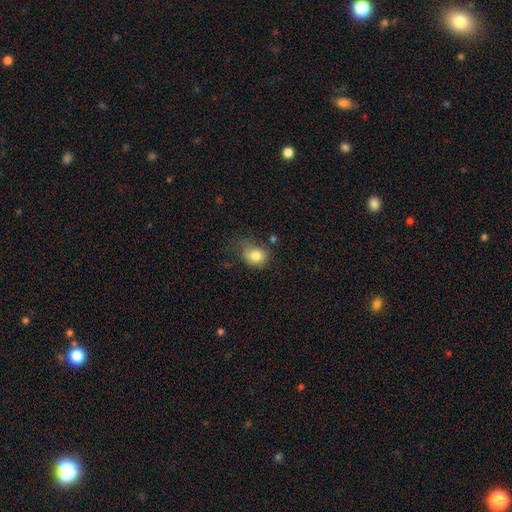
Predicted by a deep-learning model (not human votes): Morphology: type=smooth (81%); roundness=round (56%); merging=none (46%).